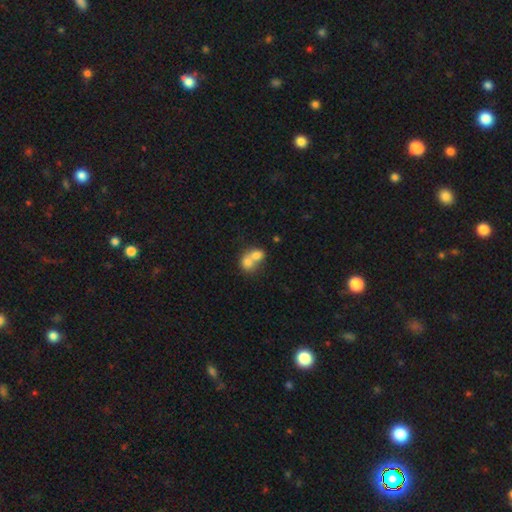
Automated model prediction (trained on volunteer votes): Overall: smooth (70%). How rounded: round (54%; in between 45%). Merging: merger (76%).